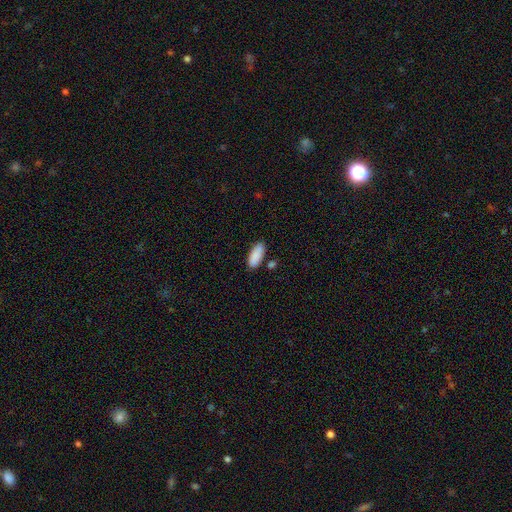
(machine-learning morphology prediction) Smooth or featured?
  - smooth: 89% *
  - star or artifact: 6%
  - featured or disk: 5%
How rounded?
  - in between: 84% *
  - cigar-shaped: 14%
  - round: 2%
Merging?
  - none: 78% *
  - minor disturbance: 13%
  - merger: 7%
  - major disturbance: 3%